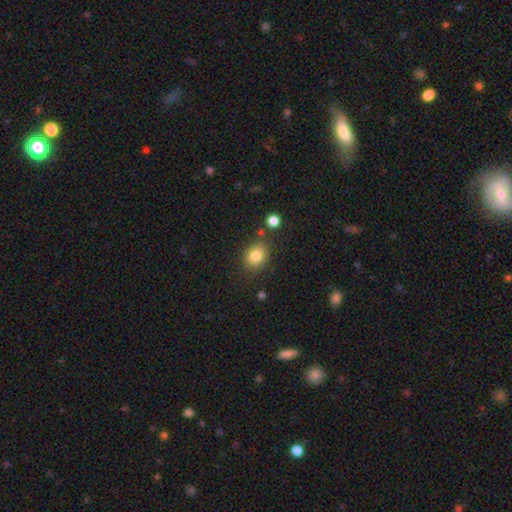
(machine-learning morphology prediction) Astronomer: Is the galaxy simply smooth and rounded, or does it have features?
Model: smooth — 83%.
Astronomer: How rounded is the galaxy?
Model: round — 55% (runner-up: in between, 44%).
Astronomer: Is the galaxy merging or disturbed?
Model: none — 80%.